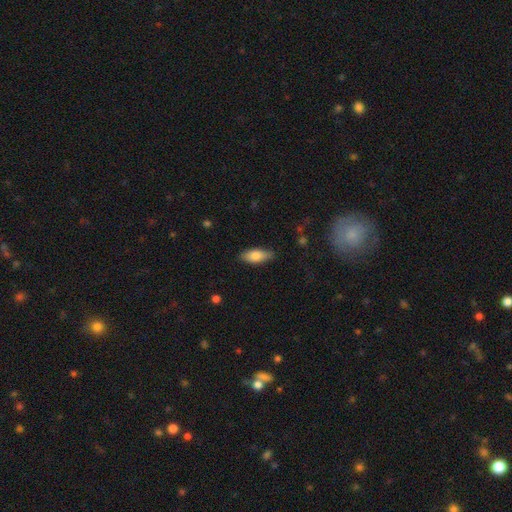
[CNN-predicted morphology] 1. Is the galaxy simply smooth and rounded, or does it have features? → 76% smooth, 18% featured or disk, 6% star or artifact.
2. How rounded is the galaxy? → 80% in between, 18% cigar-shaped, 3% round.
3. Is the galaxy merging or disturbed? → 82% none, 14% minor disturbance, 2% major disturbance, 1% merger.